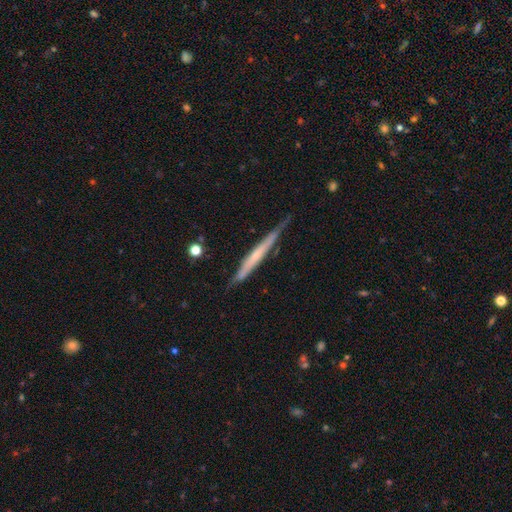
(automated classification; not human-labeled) Q: Smooth or featured?
A: featured or disk (59%); runner-up: smooth (35%)
Q: Edge-on disk?
A: yes (94%); runner-up: no (6%)
Q: Edge-on bulge?
A: none (66%); runner-up: rounded (28%)
Q: Merging?
A: none (73%); runner-up: minor disturbance (21%)